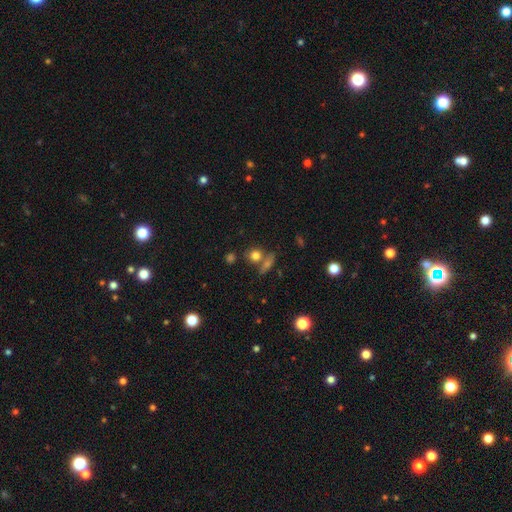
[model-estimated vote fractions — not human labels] A smooth galaxy with no disk features (77%) that is round (72%).

Vote fractions:
- Smooth or featured? smooth: 77% / star or artifact: 13% / featured or disk: 10%
- How rounded? round: 72% / in between: 24% / cigar-shaped: 4%
- Merging? none: 57% / merger: 28% / minor disturbance: 11% / major disturbance: 5%